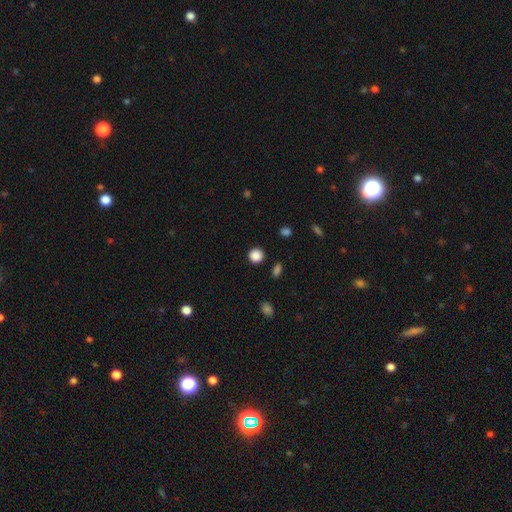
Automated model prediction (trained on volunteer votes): A smooth galaxy with no disk features (87%) that is round (91%). Merging: none (90%).